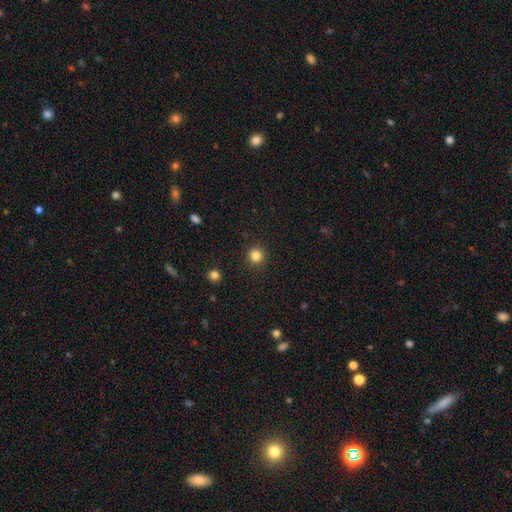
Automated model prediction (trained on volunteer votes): Smooth or featured? Predicted: smooth (p=0.83). How rounded? Predicted: round (p=0.89). Merging? Predicted: none (p=0.90).